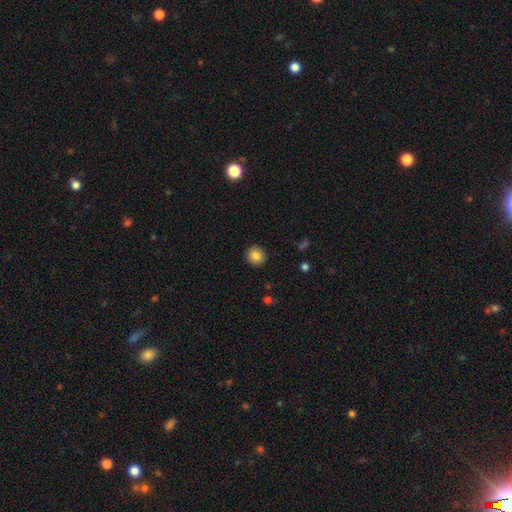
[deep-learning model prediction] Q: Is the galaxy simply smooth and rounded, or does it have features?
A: smooth — 83%.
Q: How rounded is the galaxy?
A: round — 89%.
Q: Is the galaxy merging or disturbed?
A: none — 92%.